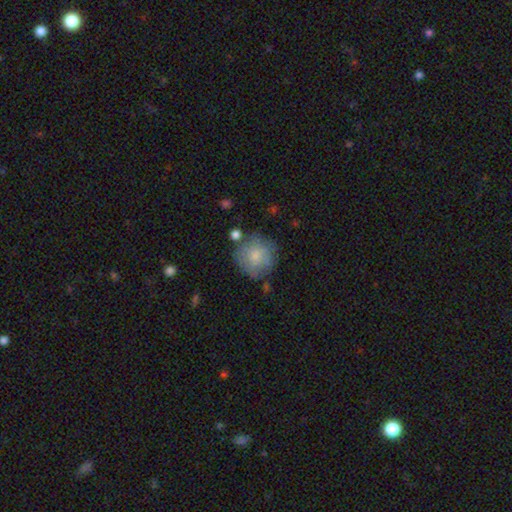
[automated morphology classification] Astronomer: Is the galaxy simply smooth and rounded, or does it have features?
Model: smooth — 73%.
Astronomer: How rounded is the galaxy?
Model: round — 91%.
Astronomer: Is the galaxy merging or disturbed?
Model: none — 66%.